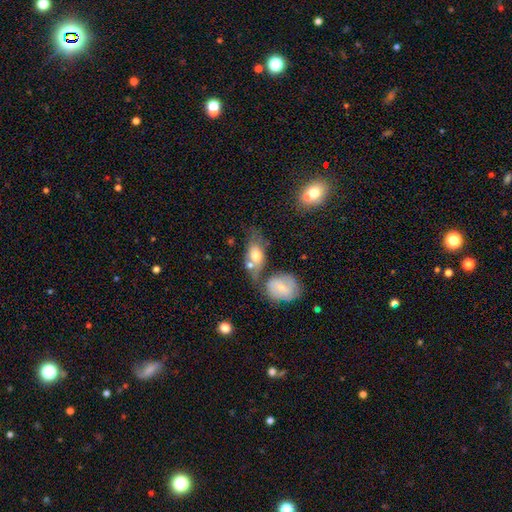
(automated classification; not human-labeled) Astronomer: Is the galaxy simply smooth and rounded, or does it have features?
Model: smooth — 67%.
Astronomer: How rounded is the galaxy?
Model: in between — 82%.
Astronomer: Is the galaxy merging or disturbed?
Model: merger — 37% (runner-up: none, 36%).